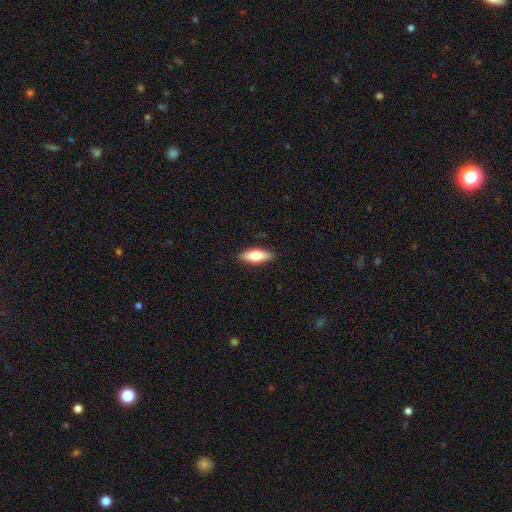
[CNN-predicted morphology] This appears to be a smooth galaxy with no disk features (69%) that is in between round and cigar-shaped (66%). Merging: none (88%).